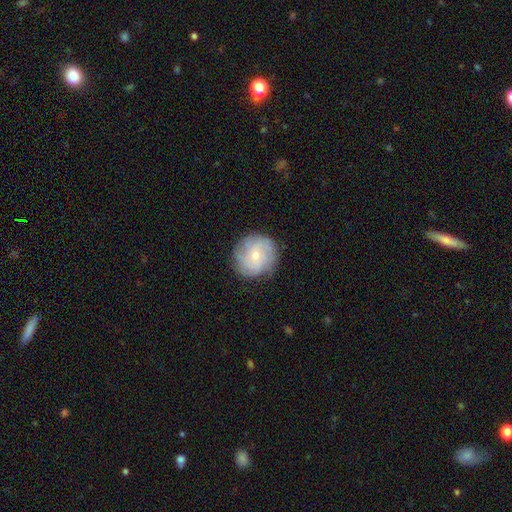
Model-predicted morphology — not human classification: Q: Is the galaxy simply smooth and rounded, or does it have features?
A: featured or disk — 57%.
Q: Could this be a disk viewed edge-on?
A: no — 97%.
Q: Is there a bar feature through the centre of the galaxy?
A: no — 67%.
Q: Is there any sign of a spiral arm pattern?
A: yes — 86%.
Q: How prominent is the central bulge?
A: small — 64%.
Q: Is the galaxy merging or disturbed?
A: none — 82%.